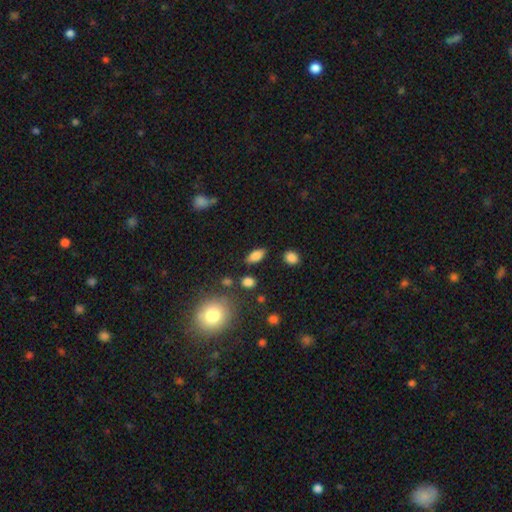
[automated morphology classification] A smooth galaxy with no disk features (80%) that is in between round and cigar-shaped (84%). Merging: none (82%).